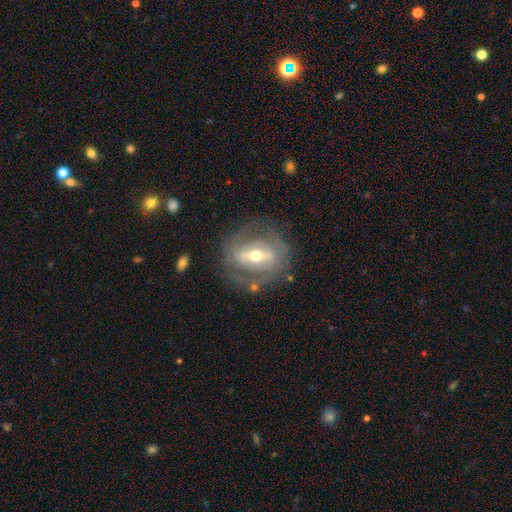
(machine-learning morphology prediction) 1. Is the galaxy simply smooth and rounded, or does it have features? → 79% featured or disk, 15% smooth, 6% star or artifact.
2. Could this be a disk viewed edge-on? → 90% no, 10% yes.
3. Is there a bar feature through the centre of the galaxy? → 57% strong, 30% weak, 14% no.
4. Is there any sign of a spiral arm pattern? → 69% yes, 31% no.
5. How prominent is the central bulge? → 63% moderate, 31% small, 5% large, 1% dominant, 1% none.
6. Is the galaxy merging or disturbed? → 72% none, 16% minor disturbance, 9% major disturbance, 3% merger.